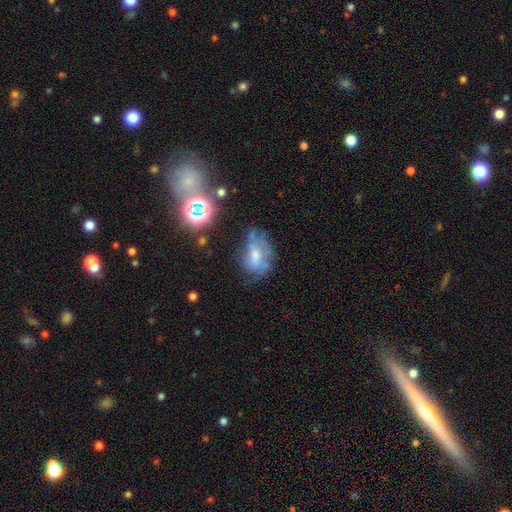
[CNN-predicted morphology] Smooth or featured? featured or disk (42%)
Merging? none (39%)